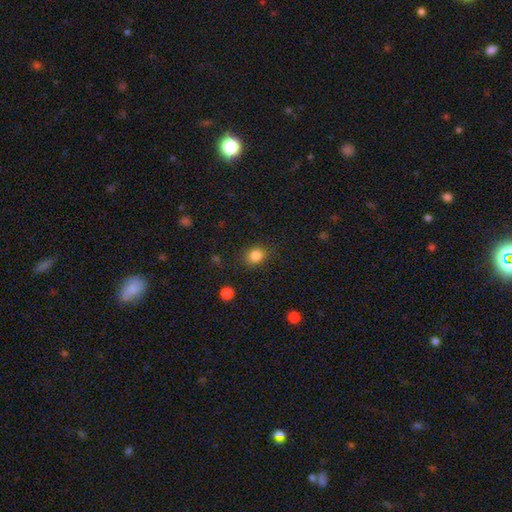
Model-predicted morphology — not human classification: Smooth or featured? Predicted: smooth (p=0.85). How rounded? Predicted: round (p=0.64). Merging? Predicted: none (p=0.81).